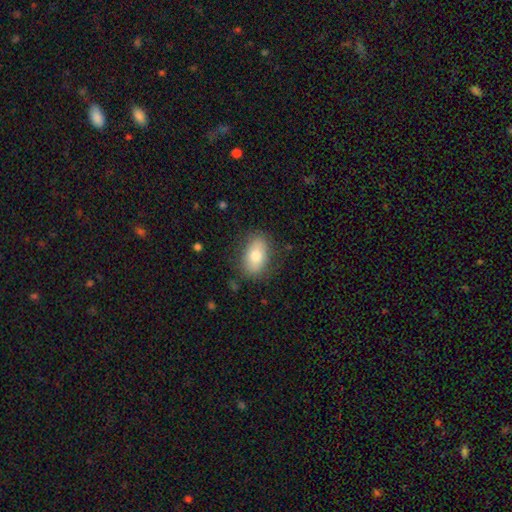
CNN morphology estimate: Smooth or featured: smooth — 76% (featured or disk — 18%)
How rounded: in between — 89% (round — 9%)
Merging: none — 80% (minor disturbance — 14%)